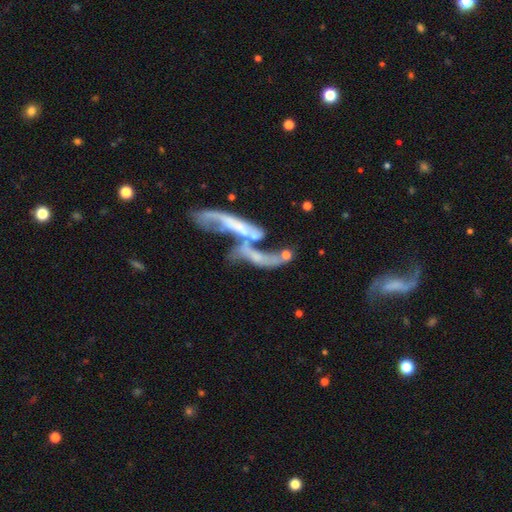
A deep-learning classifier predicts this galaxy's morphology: smooth-or-featured: featured or disk: 62% | smooth: 26% | star or artifact: 12%
  disk-edge-on: no: 74% | yes: 26%
  merging: merger: 59% | major disturbance: 20% | none: 13% | minor disturbance: 8%